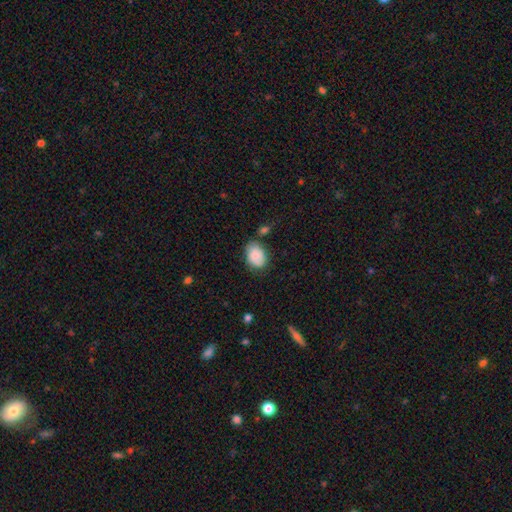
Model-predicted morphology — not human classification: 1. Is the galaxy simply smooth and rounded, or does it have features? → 79% smooth, 13% featured or disk, 7% star or artifact.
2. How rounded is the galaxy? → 78% in between, 21% round, 1% cigar-shaped.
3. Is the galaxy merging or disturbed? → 62% none, 24% minor disturbance, 8% merger, 6% major disturbance.